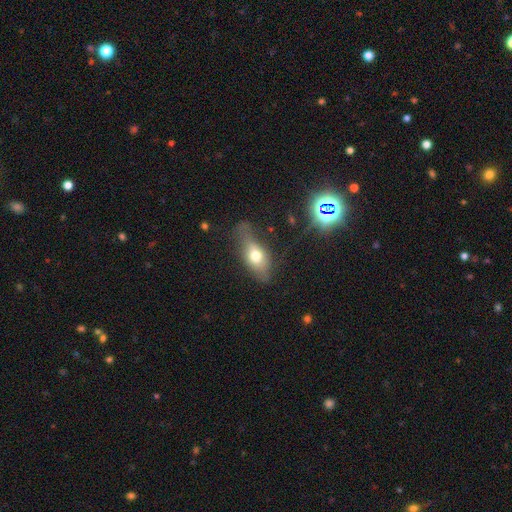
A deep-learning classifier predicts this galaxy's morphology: The model was most divided on "merging": none: 44%, minor disturbance: 30%, major disturbance: 22%, merger: 4%. More confident: how rounded — in between (78%); smooth or featured — smooth (65%).